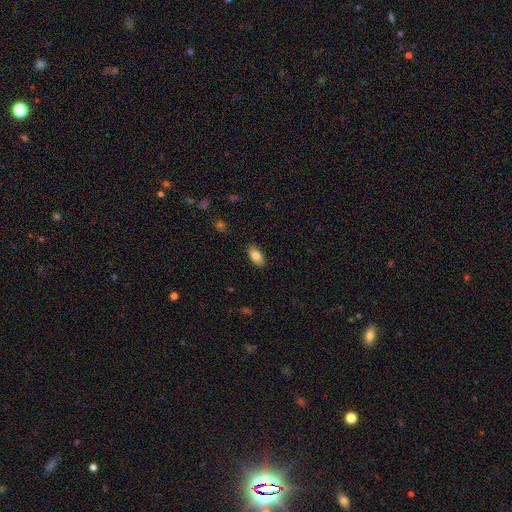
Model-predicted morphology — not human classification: A smooth galaxy with no disk features (84%) that is in between round and cigar-shaped (91%).

Vote fractions:
- Smooth or featured? smooth: 84% / featured or disk: 8% / star or artifact: 7%
- How rounded? in between: 91% / cigar-shaped: 6% / round: 4%
- Merging? none: 87% / minor disturbance: 10% / major disturbance: 2% / merger: 1%